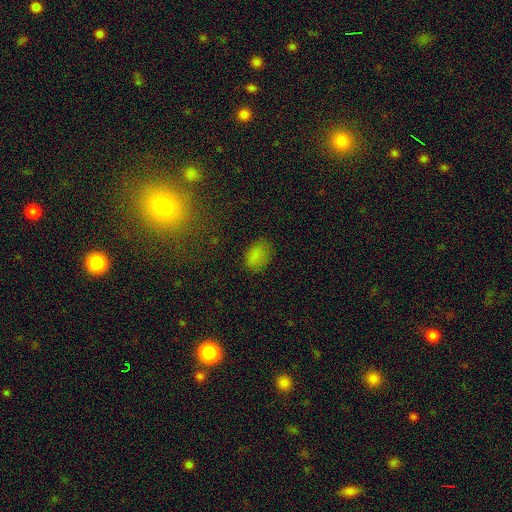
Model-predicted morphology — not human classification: A smooth galaxy with no disk features (81%) that is in between round and cigar-shaped (84%).

Vote fractions:
- Smooth or featured? smooth: 81% / star or artifact: 14% / featured or disk: 5%
- How rounded? in between: 84% / round: 15% / cigar-shaped: 1%
- Merging? none: 79% / minor disturbance: 16% / major disturbance: 4% / merger: 1%